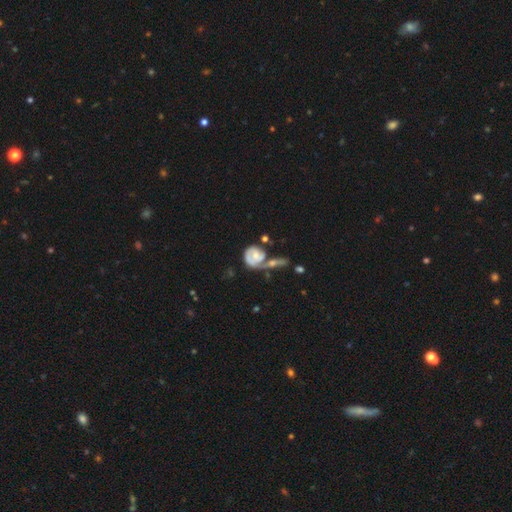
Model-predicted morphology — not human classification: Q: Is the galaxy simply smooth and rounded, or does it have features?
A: featured or disk — 61%.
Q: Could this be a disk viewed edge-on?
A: no — 95%.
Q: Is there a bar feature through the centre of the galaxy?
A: no — 77%.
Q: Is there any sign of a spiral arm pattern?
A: yes — 63%.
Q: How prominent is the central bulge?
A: moderate — 51%.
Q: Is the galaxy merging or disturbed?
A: merger — 39%.